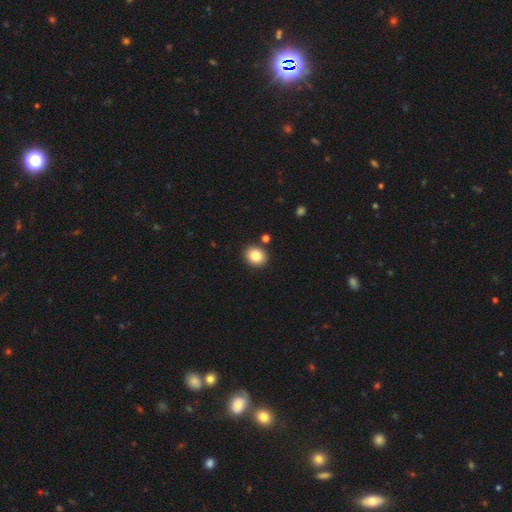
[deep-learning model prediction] smooth_or_featured: smooth (p=0.84) [alt: star or artifact p=0.10]
how_rounded: round (p=0.67) [alt: in between p=0.32]
merging: none (p=0.88) [alt: minor disturbance p=0.06]